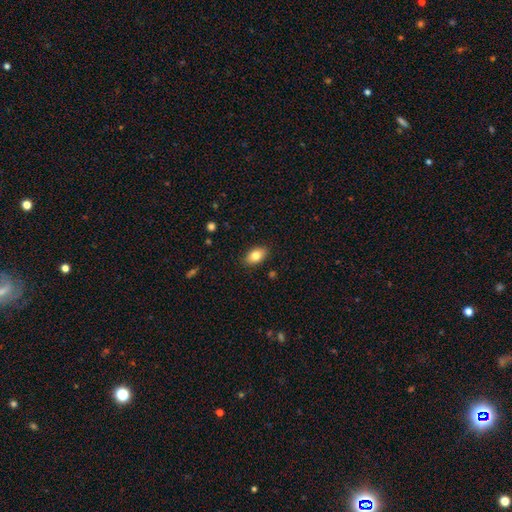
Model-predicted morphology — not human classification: This is clearly a smooth galaxy (81%). How rounded: clearly in between (90%). Merging: clearly none (88%).